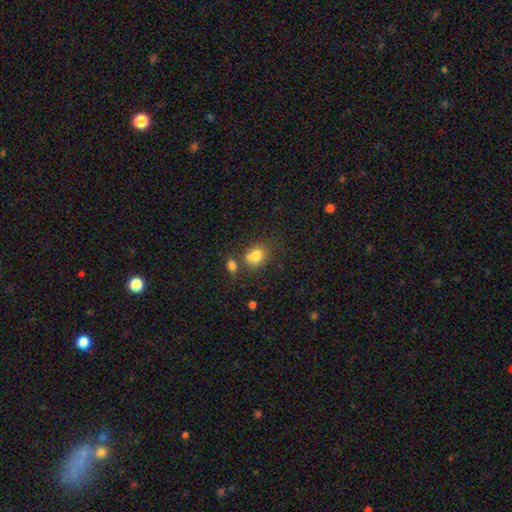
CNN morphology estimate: Q: Smooth or featured?
A: smooth (76%); runner-up: featured or disk (13%)
Q: How rounded?
A: round (50%); runner-up: in between (49%)
Q: Merging?
A: none (44%); runner-up: merger (36%)